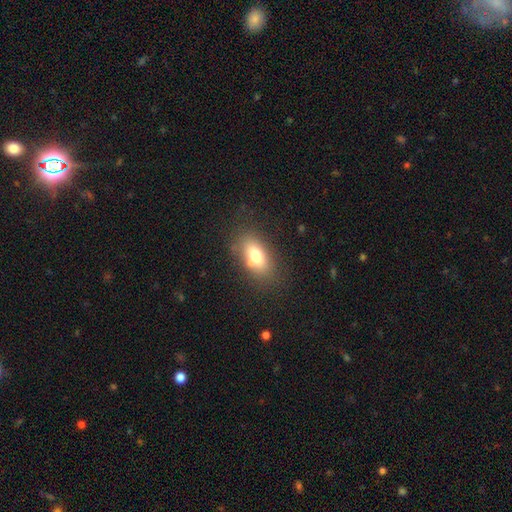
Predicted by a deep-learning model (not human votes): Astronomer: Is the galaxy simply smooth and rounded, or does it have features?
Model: smooth — 73%.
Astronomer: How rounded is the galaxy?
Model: in between — 86%.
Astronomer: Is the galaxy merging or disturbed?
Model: none — 71%.